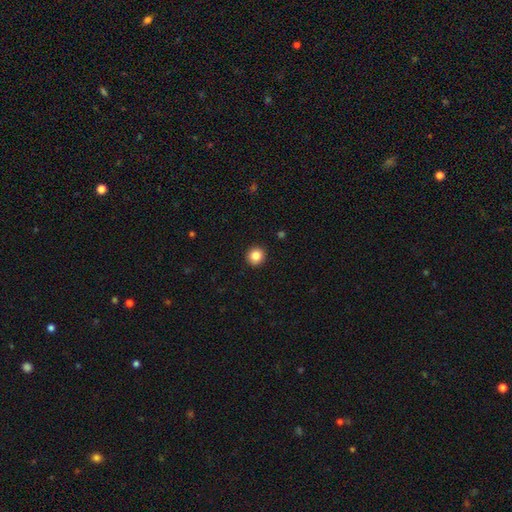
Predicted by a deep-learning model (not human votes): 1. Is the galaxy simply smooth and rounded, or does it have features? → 85% smooth, 10% star or artifact, 5% featured or disk.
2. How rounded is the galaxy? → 92% round, 7% in between, 1% cigar-shaped.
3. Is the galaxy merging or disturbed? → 93% none, 5% minor disturbance, 1% major disturbance, 1% merger.